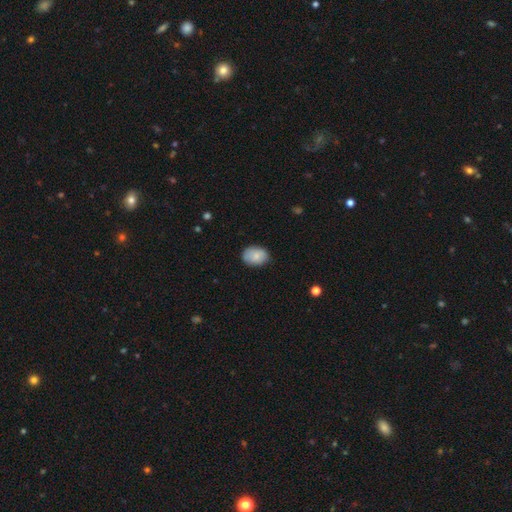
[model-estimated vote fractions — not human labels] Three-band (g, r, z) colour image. It shows a smooth galaxy with no disk features (81%) that is in between round and cigar-shaped (74%). Merging: none (79%).